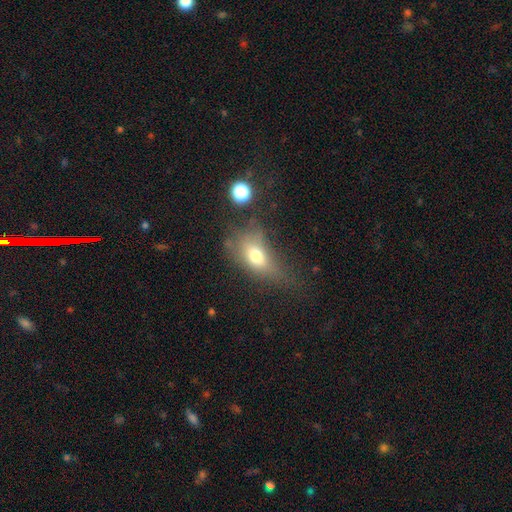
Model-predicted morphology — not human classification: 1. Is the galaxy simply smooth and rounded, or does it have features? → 68% smooth, 19% featured or disk, 13% star or artifact.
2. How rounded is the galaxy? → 79% in between, 13% round, 8% cigar-shaped.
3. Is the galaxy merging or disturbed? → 41% none, 27% minor disturbance, 26% major disturbance, 6% merger.